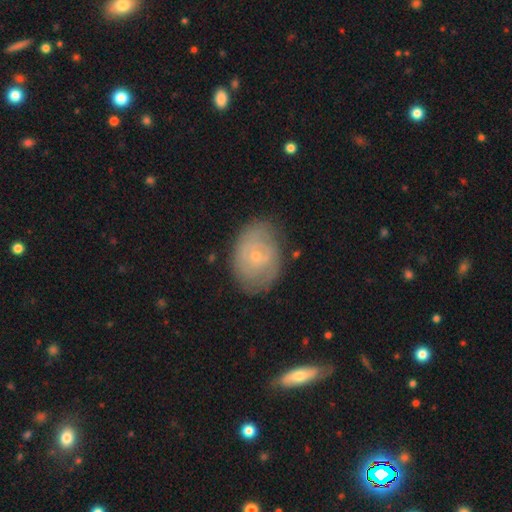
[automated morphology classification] Smooth or featured: featured or disk — 59% (smooth — 34%)
Edge-on disk: no — 96% (yes — 4%)
Bar: no — 79% (weak — 18%)
Spiral arms: yes — 66% (no — 34%)
Bulge size: small — 77% (moderate — 20%)
Merging: none — 72% (minor disturbance — 20%)